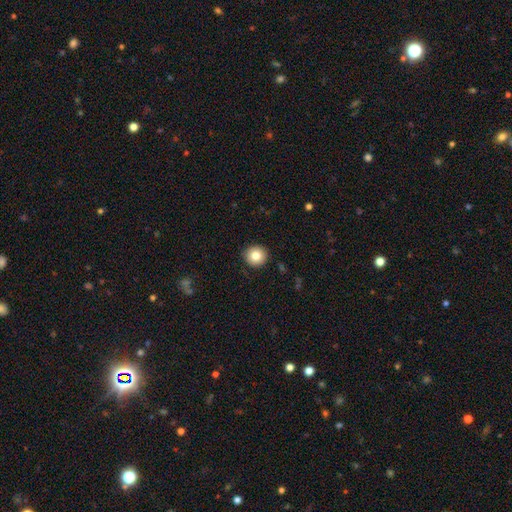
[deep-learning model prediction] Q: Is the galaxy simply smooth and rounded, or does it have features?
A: smooth — 82%.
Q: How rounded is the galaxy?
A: round — 94%.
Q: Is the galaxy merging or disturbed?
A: none — 92%.